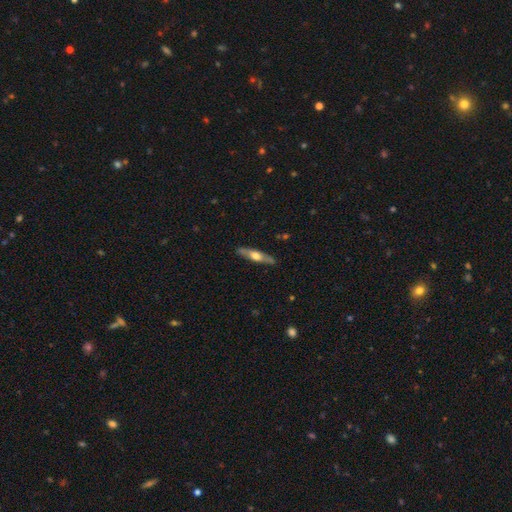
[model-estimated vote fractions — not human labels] This appears to be a featured or disk galaxy (53%) viewed edge-on (80%). Merging: none (86%).